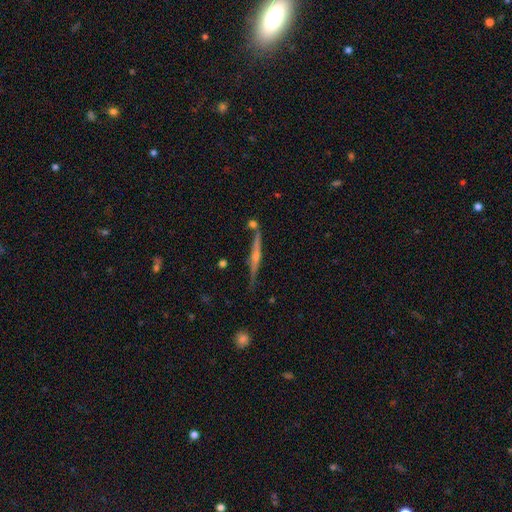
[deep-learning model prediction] Overall: featured or disk (77%). Edge-on disk: yes (98%). Edge-on bulge: rounded (79%). Merging: none (79%).